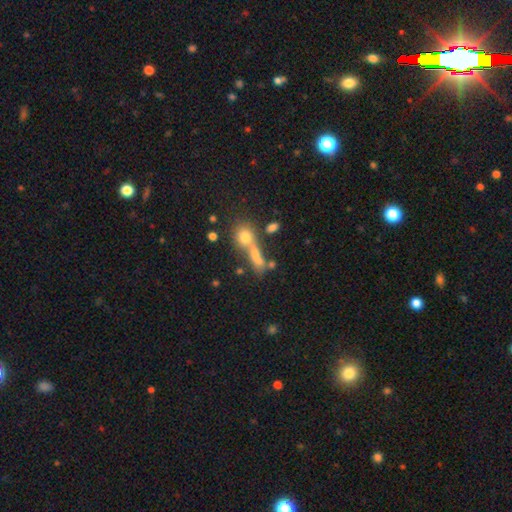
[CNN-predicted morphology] This is likely a smooth galaxy (64%). How rounded: possibly in between (47%). Merging: possibly merger (51%).